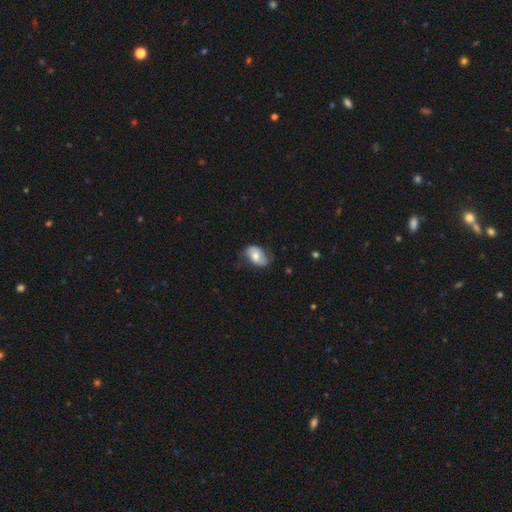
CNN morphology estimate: This appears to be a smooth galaxy with no disk features (61%) that is in between round and cigar-shaped (87%). Merging: none (62%).